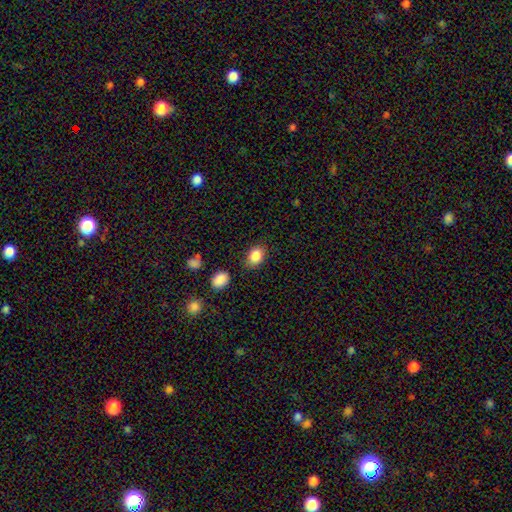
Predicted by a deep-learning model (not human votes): A smooth galaxy with no disk features (87%) that is in between round and cigar-shaped (68%).

Vote fractions:
- Smooth or featured? smooth: 87% / star or artifact: 9% / featured or disk: 4%
- How rounded? in between: 68% / round: 31% / cigar-shaped: 1%
- Merging? none: 78% / minor disturbance: 14% / major disturbance: 4% / merger: 4%